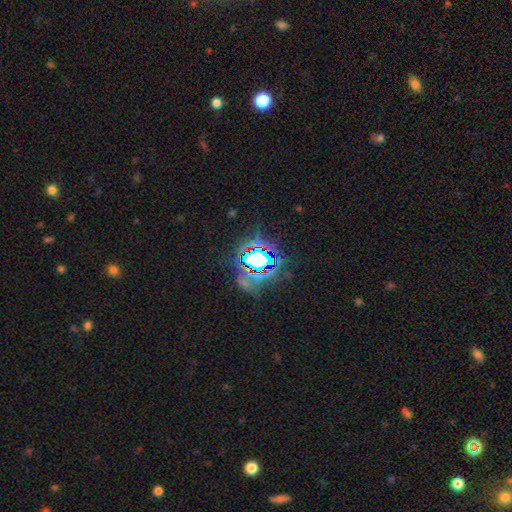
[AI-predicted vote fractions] A star or artifact, not a galaxy (73%).

Vote fractions:
- Smooth or featured? star or artifact: 73% / smooth: 14% / featured or disk: 13%